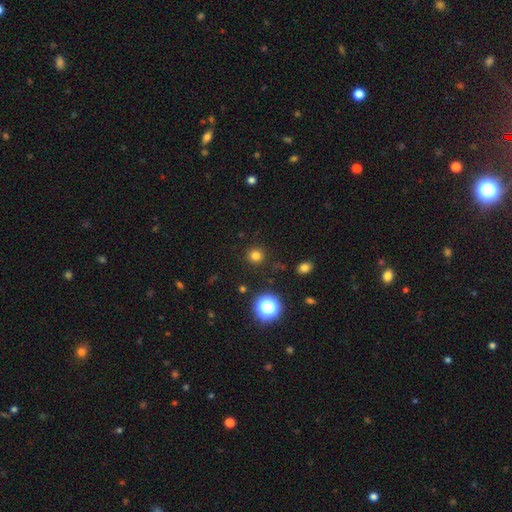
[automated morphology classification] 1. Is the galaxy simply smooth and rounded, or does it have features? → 77% smooth, 18% star or artifact, 5% featured or disk.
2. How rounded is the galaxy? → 94% round, 5% in between, 1% cigar-shaped.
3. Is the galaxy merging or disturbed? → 91% none, 5% minor disturbance, 2% major disturbance, 2% merger.